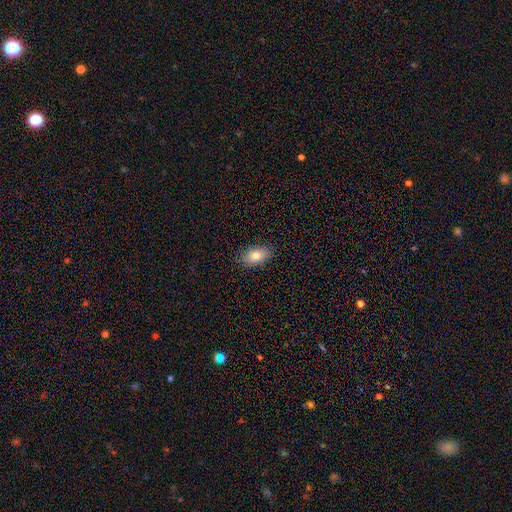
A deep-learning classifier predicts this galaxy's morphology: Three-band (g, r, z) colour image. It shows a smooth galaxy with no disk features (82%) that is in between round and cigar-shaped (90%). Merging: none (86%).